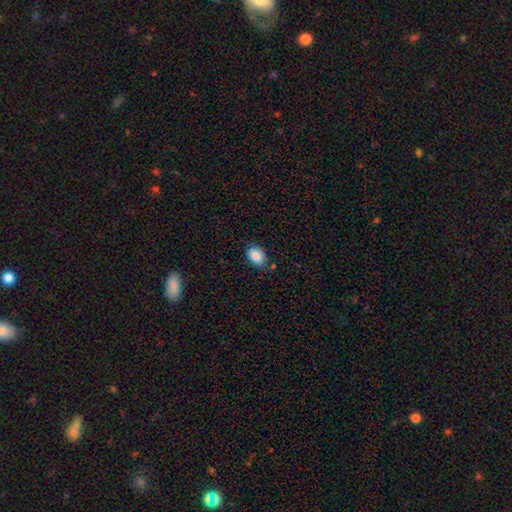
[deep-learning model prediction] smooth 85%, star or artifact 8%, featured or disk 7%. Down the decision tree: how rounded — in between (77%); merging — none (79%).